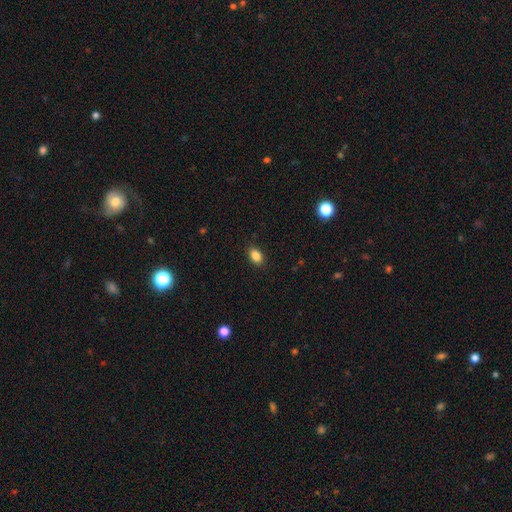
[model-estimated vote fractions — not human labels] Smooth or featured?
  - smooth: 85% *
  - star or artifact: 9%
  - featured or disk: 6%
How rounded?
  - in between: 85% *
  - round: 13%
  - cigar-shaped: 2%
Merging?
  - none: 88% *
  - minor disturbance: 9%
  - major disturbance: 2%
  - merger: 1%